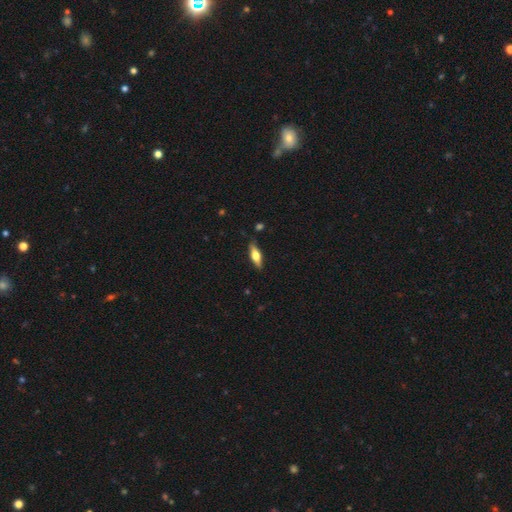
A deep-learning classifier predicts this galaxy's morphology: type=smooth (50%); roundness=in between (50%); merging=none (85%).